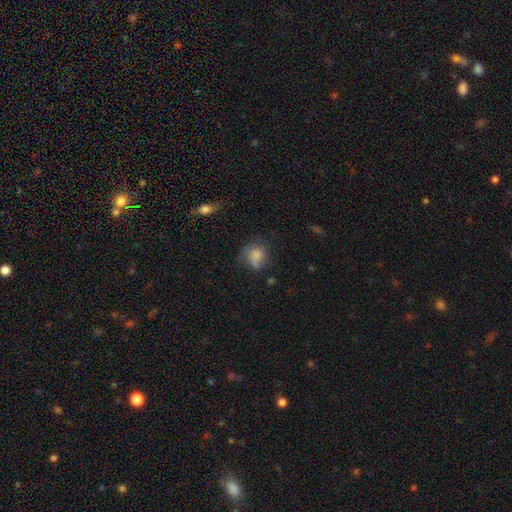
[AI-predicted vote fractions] Morphology: type=smooth (72%); roundness=round (58%); merging=none (41%).